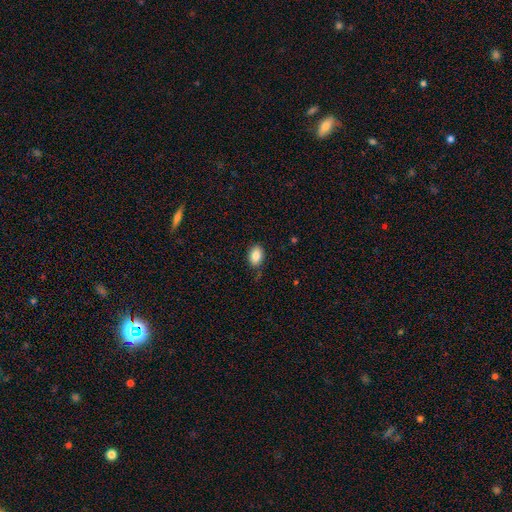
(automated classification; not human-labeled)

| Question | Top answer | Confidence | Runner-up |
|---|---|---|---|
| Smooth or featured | smooth | 86% | star or artifact (8%) |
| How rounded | in between | 86% | round (13%) |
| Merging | none | 78% | minor disturbance (17%) |